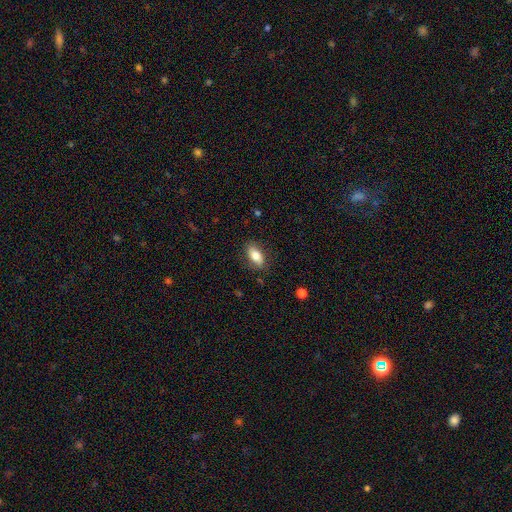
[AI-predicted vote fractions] Smooth or featured: smooth — 78% (featured or disk — 15%)
How rounded: in between — 88% (cigar-shaped — 7%)
Merging: none — 82% (minor disturbance — 14%)